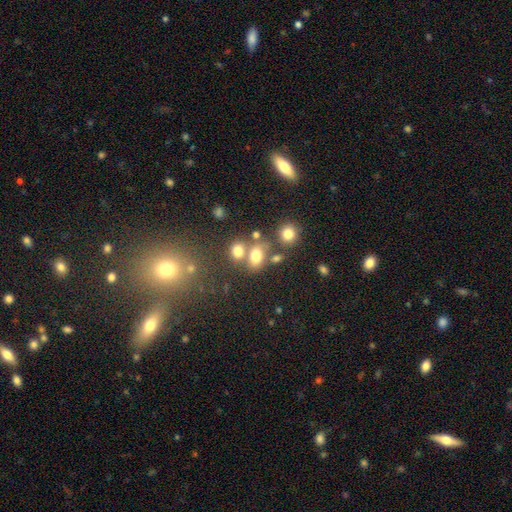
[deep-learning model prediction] smooth_or_featured: smooth (p=0.71) [alt: star or artifact p=0.17]
how_rounded: in between (p=0.68) [alt: round p=0.30]
merging: none (p=0.47) [alt: merger p=0.35]